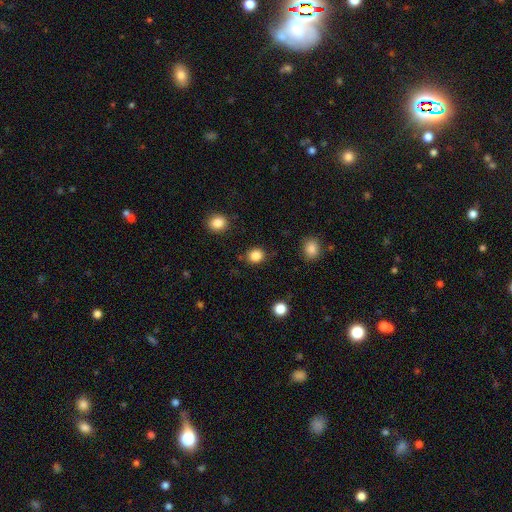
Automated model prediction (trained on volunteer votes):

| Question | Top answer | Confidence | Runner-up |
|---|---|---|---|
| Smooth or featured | smooth | 85% | star or artifact (11%) |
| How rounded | round | 75% | in between (25%) |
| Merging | none | 88% | minor disturbance (8%) |